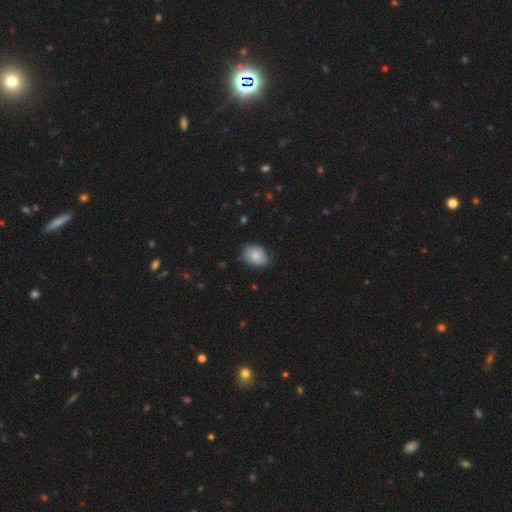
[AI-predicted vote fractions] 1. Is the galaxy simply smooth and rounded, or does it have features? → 81% smooth, 12% featured or disk, 7% star or artifact.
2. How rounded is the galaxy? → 58% in between, 41% round, 1% cigar-shaped.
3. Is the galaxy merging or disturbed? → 71% none, 24% minor disturbance, 3% major disturbance, 1% merger.